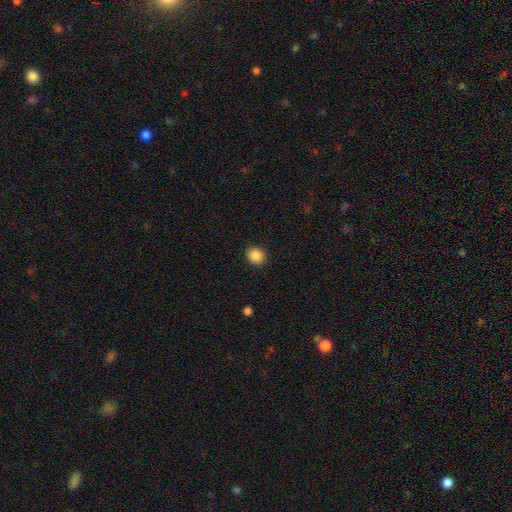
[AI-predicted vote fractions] A smooth galaxy with no disk features (88%) that is round (79%).

Vote fractions:
- Smooth or featured? smooth: 88% / star or artifact: 9% / featured or disk: 3%
- How rounded? round: 79% / in between: 20% / cigar-shaped: 1%
- Merging? none: 91% / minor disturbance: 6% / major disturbance: 2% / merger: 1%